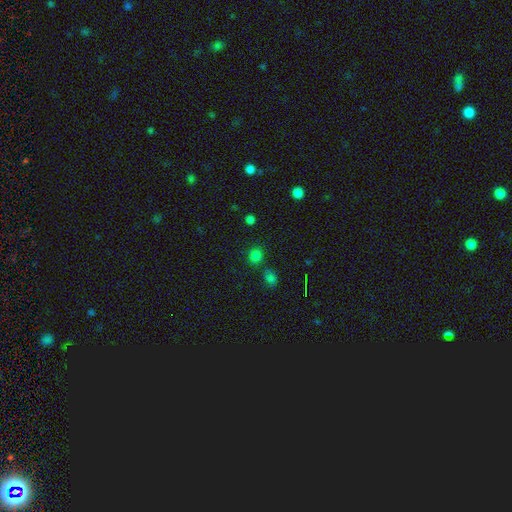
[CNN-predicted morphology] Smooth or featured? smooth (74%)
How rounded? round (79%)
Merging? none (74%)